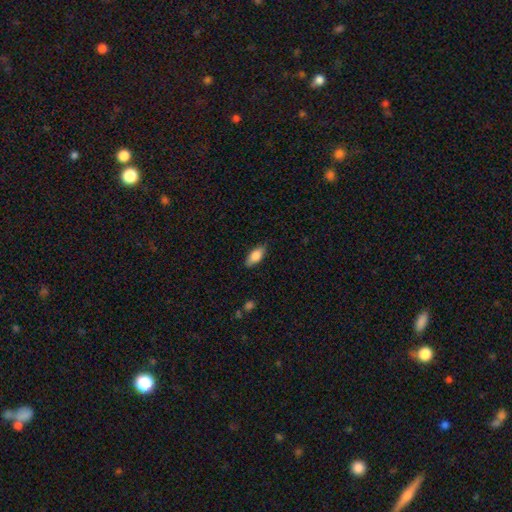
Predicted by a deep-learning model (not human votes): Overall: smooth (79%). How rounded: in between (84%). Merging: none (83%).